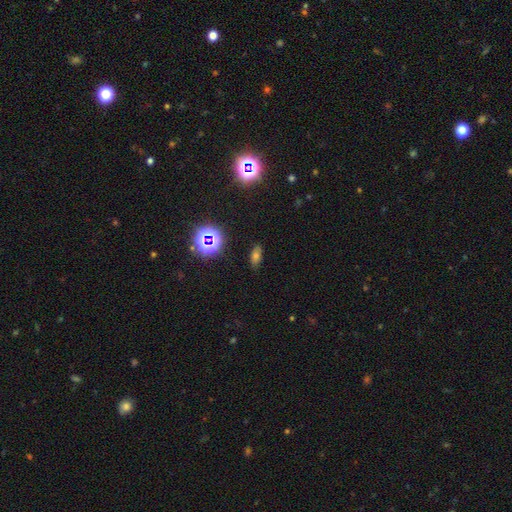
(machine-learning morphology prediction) A smooth galaxy with no disk features (52%) that is in between round and cigar-shaped (75%).

Vote fractions:
- Smooth or featured? smooth: 52% / star or artifact: 36% / featured or disk: 13%
- How rounded? in between: 75% / cigar-shaped: 14% / round: 11%
- Merging? none: 86% / minor disturbance: 9% / major disturbance: 3% / merger: 2%